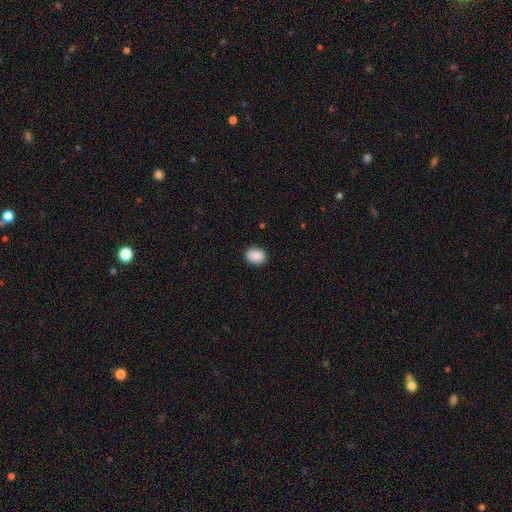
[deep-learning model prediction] Smooth or featured? smooth (90%)
How rounded? in between (67%)
Merging? none (88%)